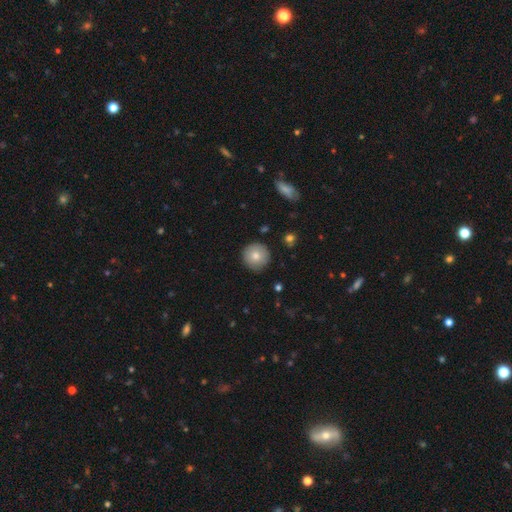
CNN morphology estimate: Smooth or featured: smooth — 79% (featured or disk — 14%)
How rounded: round — 95% (in between — 4%)
Merging: none — 89% (minor disturbance — 8%)